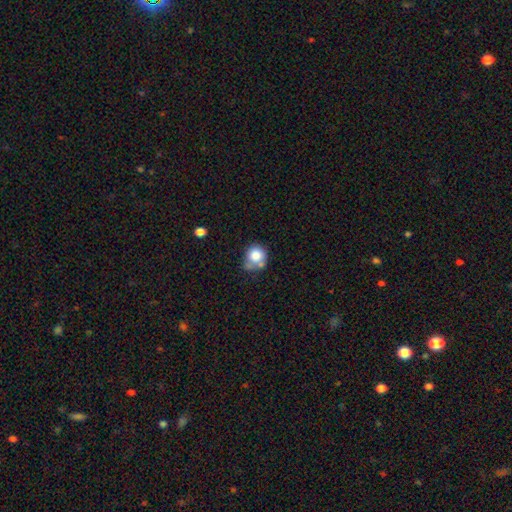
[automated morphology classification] Smooth or featured?
  - smooth: 79% *
  - featured or disk: 11%
  - star or artifact: 10%
How rounded?
  - round: 82% *
  - in between: 17%
  - cigar-shaped: 1%
Merging?
  - none: 46% *
  - minor disturbance: 24%
  - merger: 21%
  - major disturbance: 9%